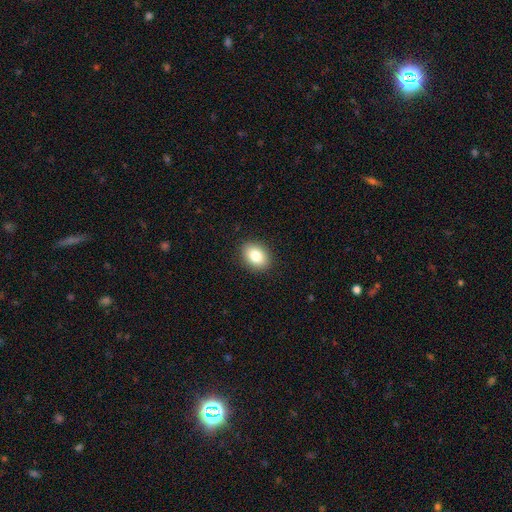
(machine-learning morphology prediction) A smooth galaxy with no disk features (83%) that is in between round and cigar-shaped (71%). Merging: none (90%).